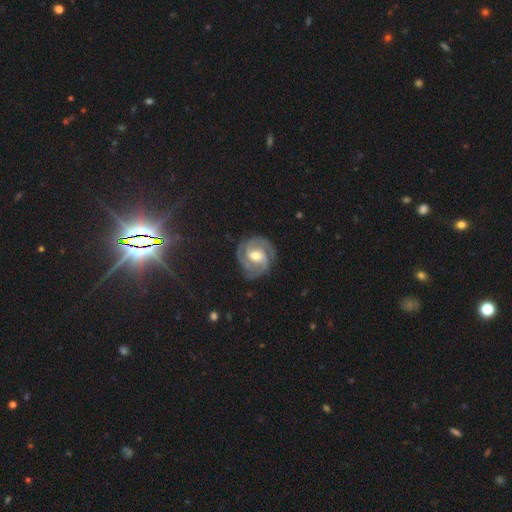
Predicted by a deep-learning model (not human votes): smooth-or-featured: featured or disk: 88% | smooth: 7% | star or artifact: 5%
  disk-edge-on: no: 98% | yes: 2%
    bar: weak: 45% | no: 35% | strong: 21%
    has-spiral-arms: yes: 97% | no: 3%
      spiral-winding: tight: 58% | medium: 35% | loose: 6%
      spiral-arm-count: 2: 53% | 3: 28% | can't tell: 9% | 4: 4% | 1: 3% | more than 4: 3%
    bulge-size: moderate: 71% | small: 21% | large: 6% | none: 1% | dominant: 1%
  merging: none: 79% | minor disturbance: 15% | major disturbance: 5% | merger: 1%